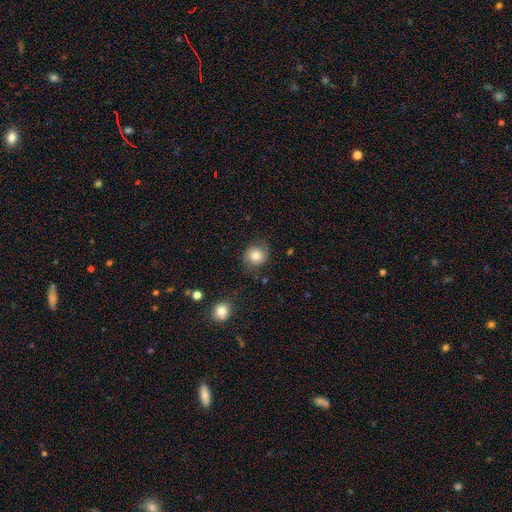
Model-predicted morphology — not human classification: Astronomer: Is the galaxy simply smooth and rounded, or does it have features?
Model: smooth — 78%.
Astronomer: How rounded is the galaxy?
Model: round — 82%.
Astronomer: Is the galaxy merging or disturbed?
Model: none — 79%.